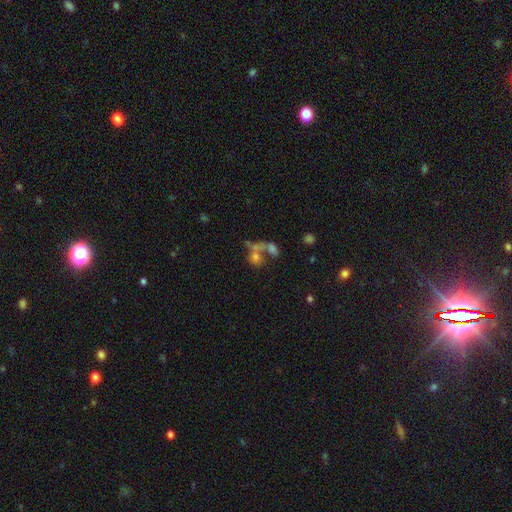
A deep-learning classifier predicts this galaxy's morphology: Smooth or featured? smooth (48%)
Merging? merger (48%)